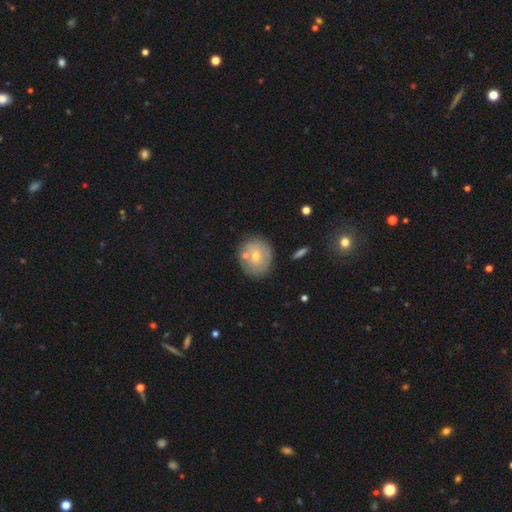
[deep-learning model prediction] Smooth or featured: smooth — 56% (featured or disk — 34%)
How rounded: round — 84% (in between — 15%)
Merging: none — 75% (minor disturbance — 11%)